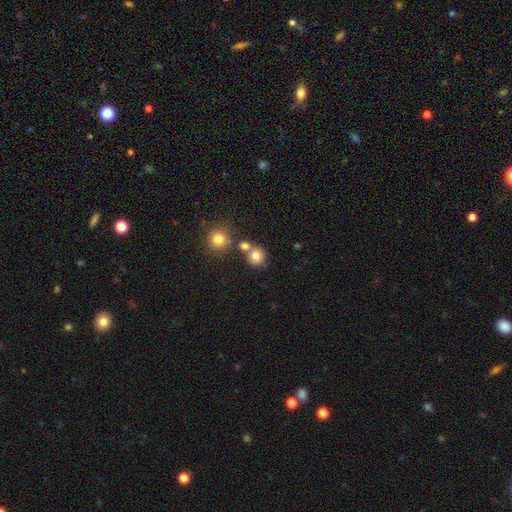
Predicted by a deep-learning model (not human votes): smooth 79%, star or artifact 13%, featured or disk 8%. Down the decision tree: how rounded — round (89%); merging — none (62%).